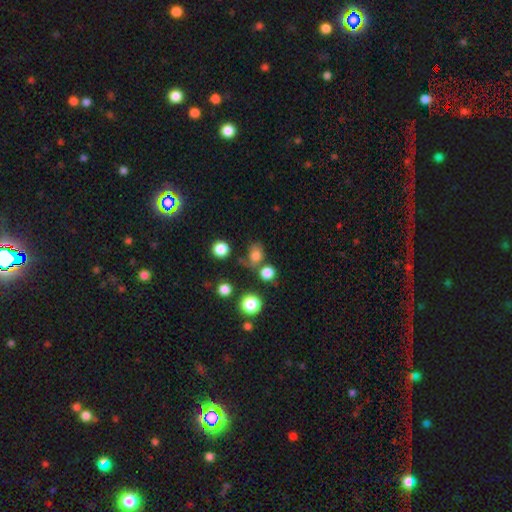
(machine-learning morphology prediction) The model was most divided on "how rounded": round: 56%, in between: 42%, cigar-shaped: 1%. More confident: smooth or featured — smooth (77%); merging — none (58%).